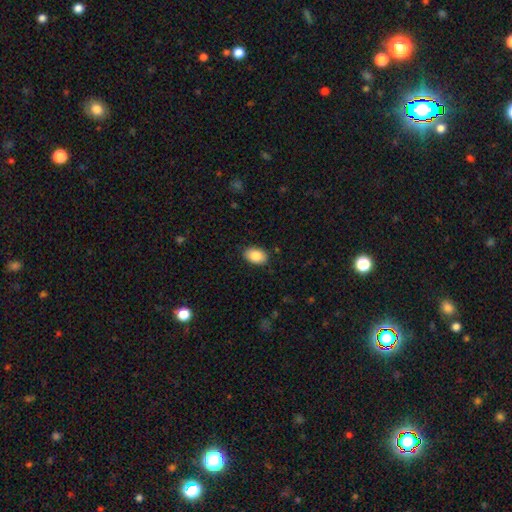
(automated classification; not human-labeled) Smooth or featured? smooth (88%)
How rounded? in between (89%)
Merging? none (87%)